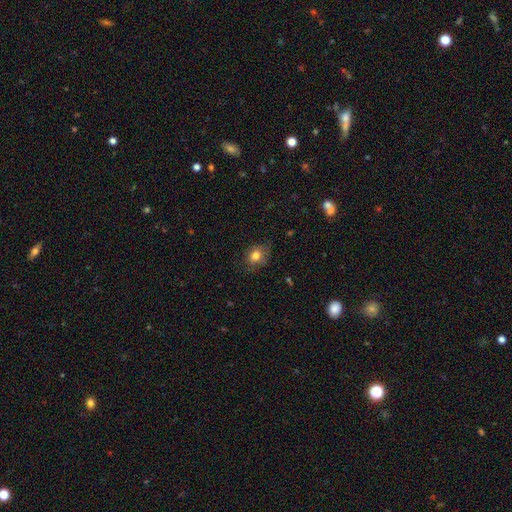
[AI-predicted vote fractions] Smooth or featured? Predicted: smooth (p=0.80). How rounded? Predicted: round (p=0.55). Merging? Predicted: none (p=0.72).